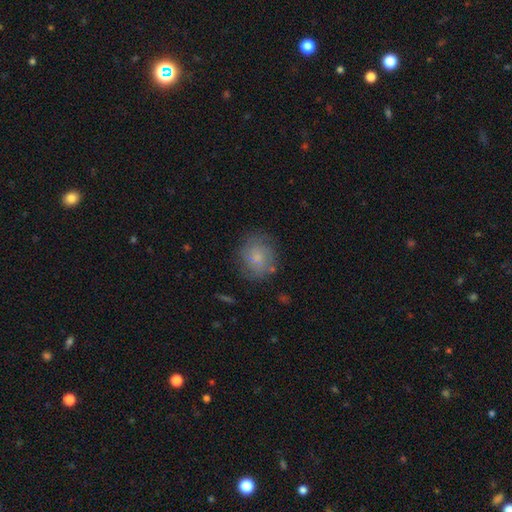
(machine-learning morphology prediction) This appears to be a smooth galaxy with no disk features (62%) that is round (72%). Merging: none (79%).